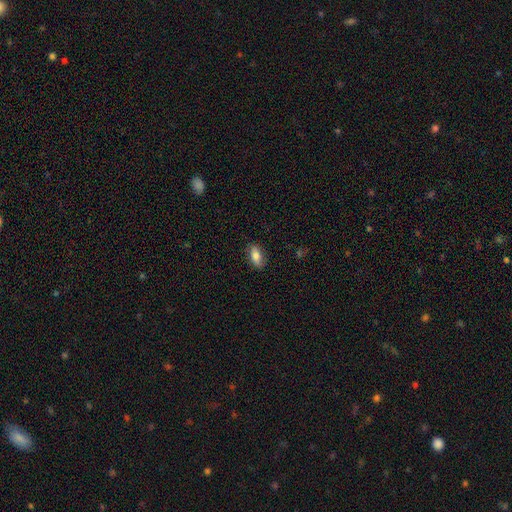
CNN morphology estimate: Smooth or featured: smooth — 79% (featured or disk — 14%)
How rounded: in between — 85% (cigar-shaped — 11%)
Merging: none — 84% (minor disturbance — 13%)